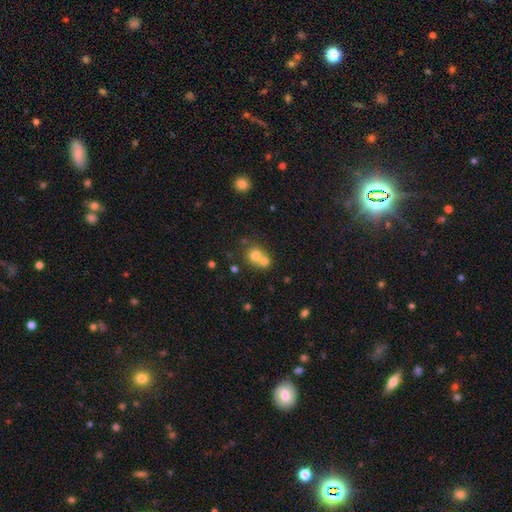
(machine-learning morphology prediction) Smooth or featured: smooth — 72% (featured or disk — 15%)
How rounded: round — 83% (in between — 16%)
Merging: merger — 56% (none — 36%)